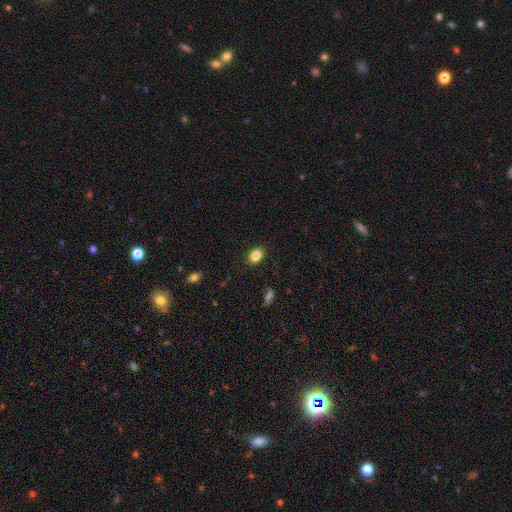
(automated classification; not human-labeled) This is clearly a smooth galaxy (86%). How rounded: likely in between (80%). Merging: clearly none (88%).